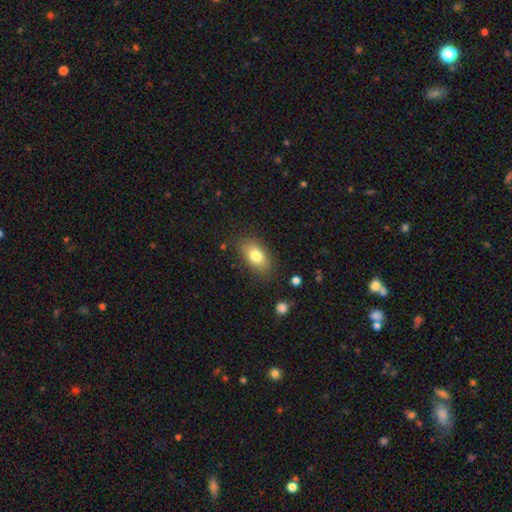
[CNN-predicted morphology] Smooth or featured?
  - smooth: 79% *
  - featured or disk: 13%
  - star or artifact: 8%
How rounded?
  - in between: 88% *
  - round: 8%
  - cigar-shaped: 3%
Merging?
  - none: 82% *
  - minor disturbance: 13%
  - major disturbance: 4%
  - merger: 2%